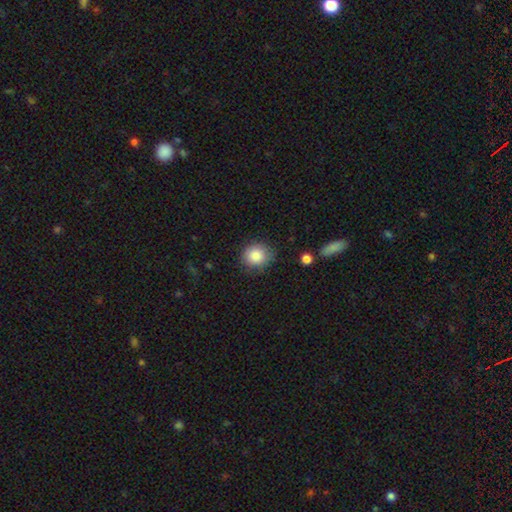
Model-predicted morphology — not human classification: Smooth or featured?
  - smooth: 85% *
  - star or artifact: 9%
  - featured or disk: 6%
How rounded?
  - round: 78% *
  - in between: 21%
  - cigar-shaped: 1%
Merging?
  - none: 81% *
  - minor disturbance: 14%
  - major disturbance: 3%
  - merger: 2%